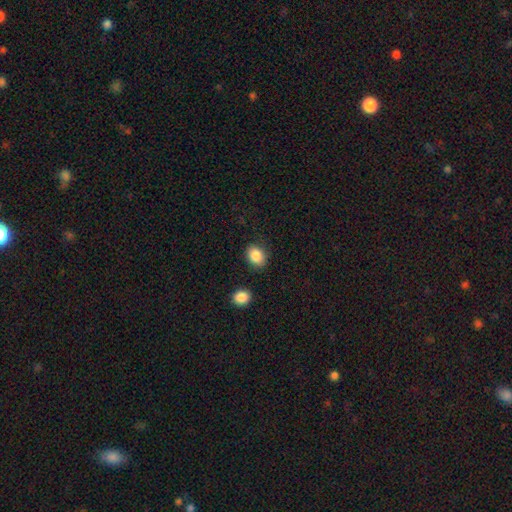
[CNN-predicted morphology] Q: Smooth or featured?
A: smooth (87%); runner-up: star or artifact (8%)
Q: How rounded?
A: in between (63%); runner-up: round (36%)
Q: Merging?
A: none (82%); runner-up: minor disturbance (11%)